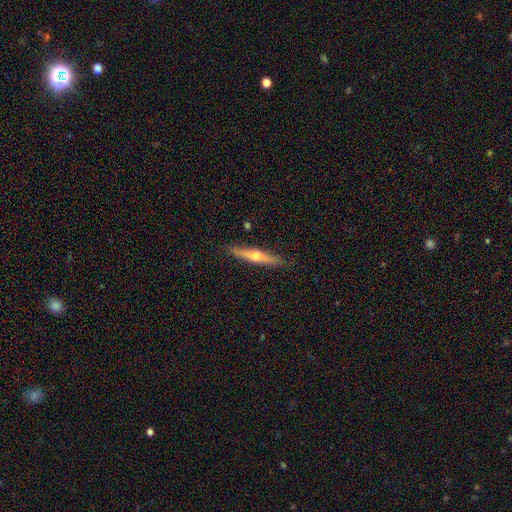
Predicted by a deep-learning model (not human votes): Smooth or featured? Predicted: featured or disk (p=0.65). Edge-on disk? Predicted: yes (p=0.97). Edge-on bulge? Predicted: rounded (p=0.92). Merging? Predicted: none (p=0.89).